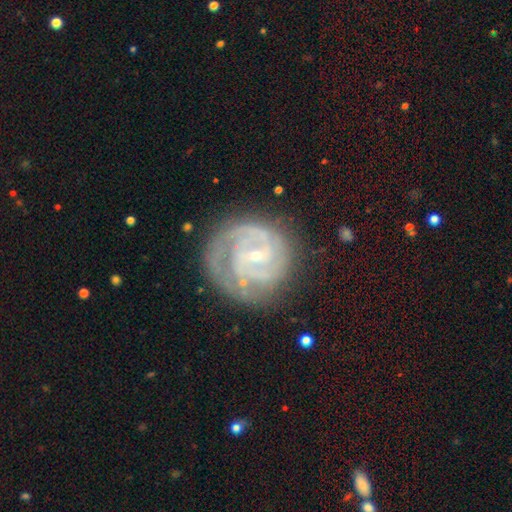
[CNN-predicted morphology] Q: Smooth or featured?
A: featured or disk (86%); runner-up: smooth (8%)
Q: Edge-on disk?
A: no (98%); runner-up: yes (2%)
Q: Bar?
A: weak (45%); runner-up: no (39%)
Q: Spiral arms?
A: yes (96%); runner-up: no (4%)
Q: Spiral winding?
A: tight (65%); runner-up: medium (29%)
Q: Spiral arm count?
A: 2 (38%); runner-up: 3 (23%)
Q: Bulge size?
A: small (80%); runner-up: moderate (16%)
Q: Merging?
A: none (71%); runner-up: minor disturbance (18%)